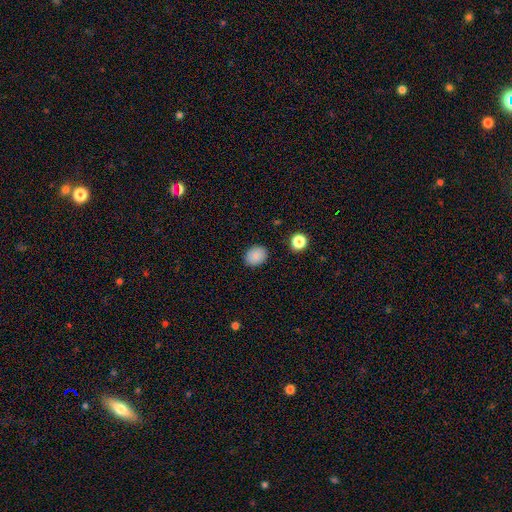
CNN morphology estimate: This appears to be a smooth galaxy with no disk features (86%) that is round (51%). Merging: none (88%).